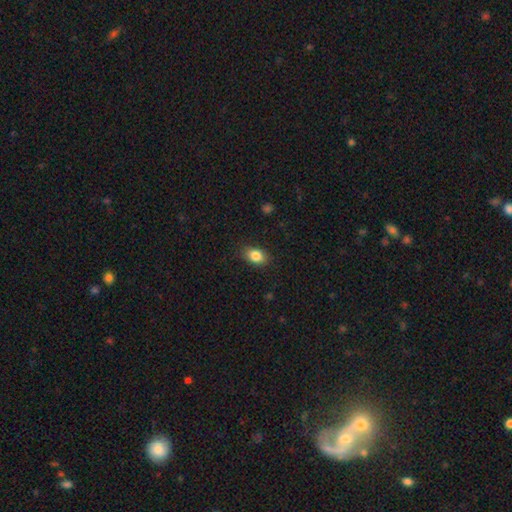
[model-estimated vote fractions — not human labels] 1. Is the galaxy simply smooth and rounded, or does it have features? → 85% smooth, 9% star or artifact, 6% featured or disk.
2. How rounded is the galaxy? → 79% in between, 19% round, 2% cigar-shaped.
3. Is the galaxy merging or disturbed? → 86% none, 11% minor disturbance, 3% major disturbance, 1% merger.